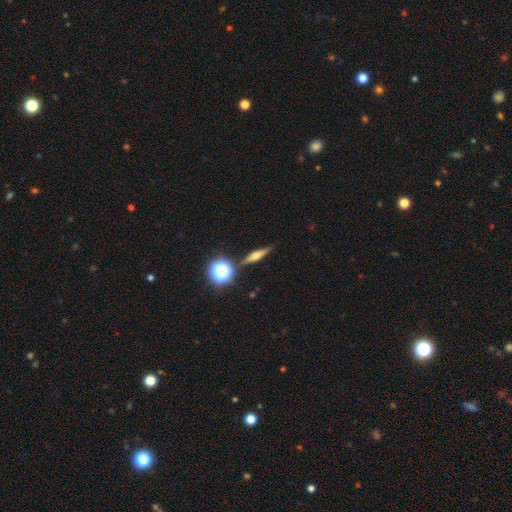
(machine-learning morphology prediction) A featured or disk galaxy (55%) viewed edge-on (94%) with a rounded central bulge (89%).

Vote fractions:
- Smooth or featured? featured or disk: 55% / smooth: 32% / star or artifact: 13%
- Edge-on disk? yes: 94% / no: 6%
- Edge-on bulge? rounded: 89% / boxy: 6% / none: 5%
- Merging? none: 86% / minor disturbance: 9% / merger: 3% / major disturbance: 2%